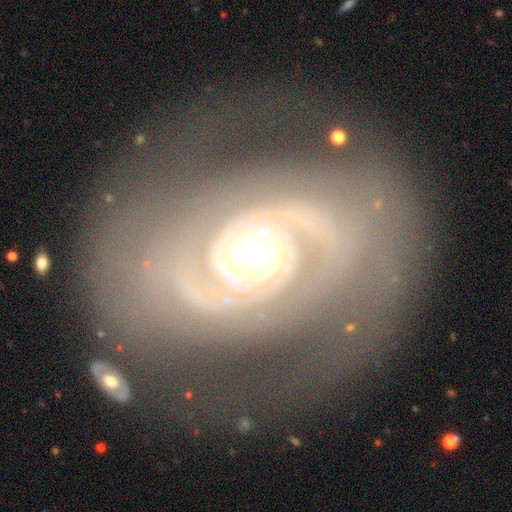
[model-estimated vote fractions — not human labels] Smooth or featured?
  - featured or disk: 91% *
  - star or artifact: 4%
  - smooth: 4%
Edge-on disk?
  - no: 97% *
  - yes: 3%
Bar?
  - no: 65% *
  - weak: 23%
  - strong: 12%
Spiral arms?
  - yes: 97% *
  - no: 3%
Spiral winding?
  - tight: 73% *
  - medium: 21%
  - loose: 5%
Spiral arm count?
  - 2: 58% *
  - 3: 14%
  - can't tell: 12%
  - 1: 6%
  - 4: 6%
  - more than 4: 5%
Bulge size?
  - moderate: 69% *
  - large: 16%
  - small: 13%
  - dominant: 2%
  - none: 1%
Merging?
  - none: 66% *
  - minor disturbance: 17%
  - major disturbance: 15%
  - merger: 2%